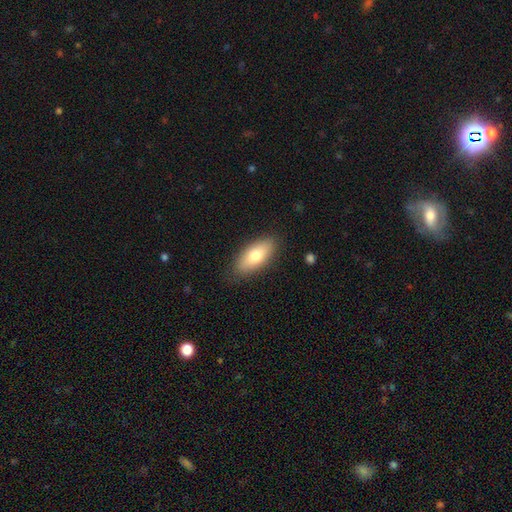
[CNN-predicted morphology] This appears to be a smooth galaxy with no disk features (75%) that is in between round and cigar-shaped (84%). Merging: none (86%).